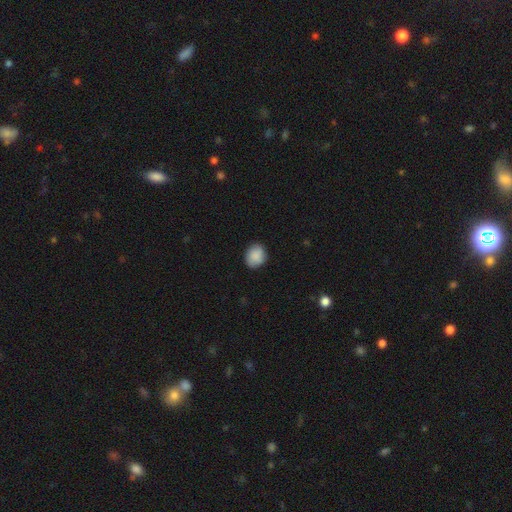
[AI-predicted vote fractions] A smooth galaxy with no disk features (88%) that is round (55%). Merging: none (82%).